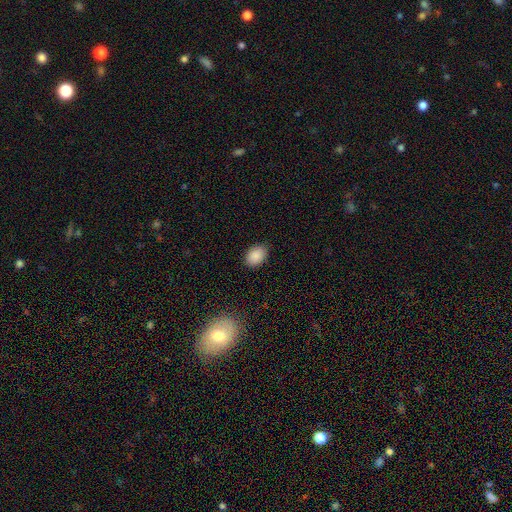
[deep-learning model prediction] Morphology: type=smooth (89%); roundness=in between (80%); merging=none (85%).